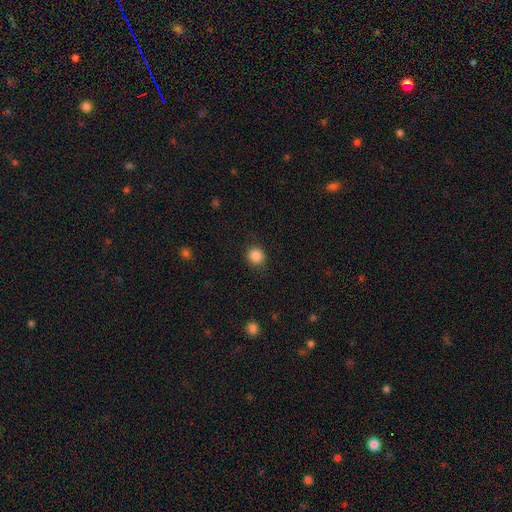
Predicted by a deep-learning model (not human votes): Q: Smooth or featured?
A: smooth (87%); runner-up: star or artifact (10%)
Q: How rounded?
A: round (88%); runner-up: in between (11%)
Q: Merging?
A: none (88%); runner-up: minor disturbance (8%)